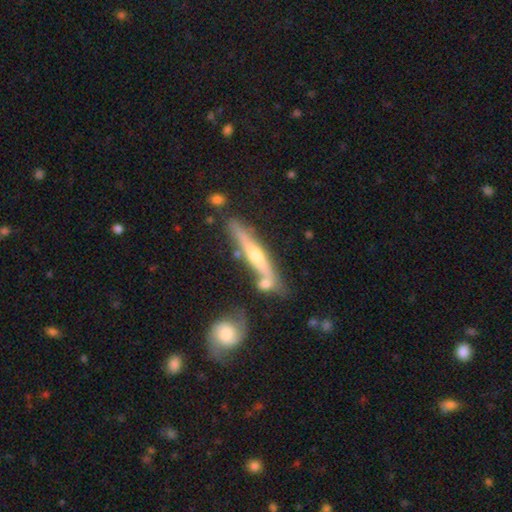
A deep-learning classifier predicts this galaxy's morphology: A featured or disk galaxy (60%) viewed edge-on (92%) with a rounded central bulge (83%).

Vote fractions:
- Smooth or featured? featured or disk: 60% / smooth: 35% / star or artifact: 6%
- Edge-on disk? yes: 92% / no: 8%
- Edge-on bulge? rounded: 83% / none: 13% / boxy: 5%
- Merging? none: 68% / merger: 15% / minor disturbance: 14% / major disturbance: 3%